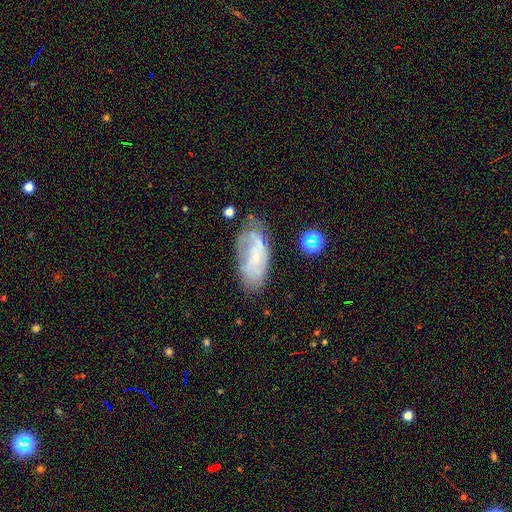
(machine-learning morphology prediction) type=featured or disk (63%); edge-on=no (92%); bar=no (61%); spiral arms=yes (76%); bulge=small (69%); merging=none (58%).